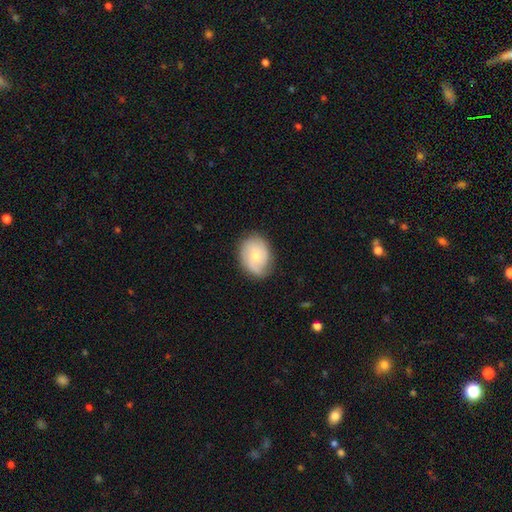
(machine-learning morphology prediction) This appears to be a featured or disk galaxy (50%). Merging: none (76%).